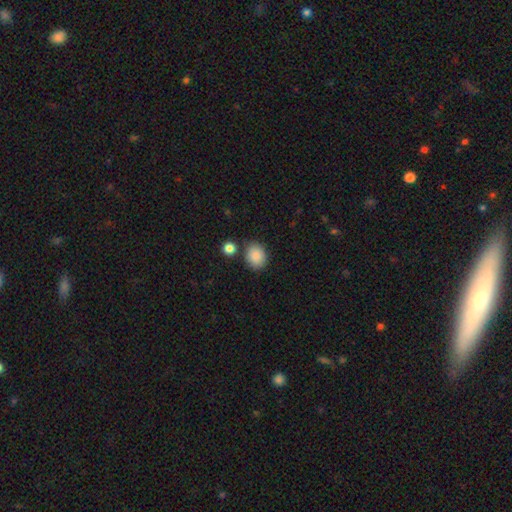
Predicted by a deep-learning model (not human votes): A smooth galaxy with no disk features (87%) that is in between round and cigar-shaped (50%).

Vote fractions:
- Smooth or featured? smooth: 87% / star or artifact: 8% / featured or disk: 5%
- How rounded? in between: 50% / round: 49% / cigar-shaped: 1%
- Merging? none: 80% / minor disturbance: 11% / merger: 7% / major disturbance: 3%